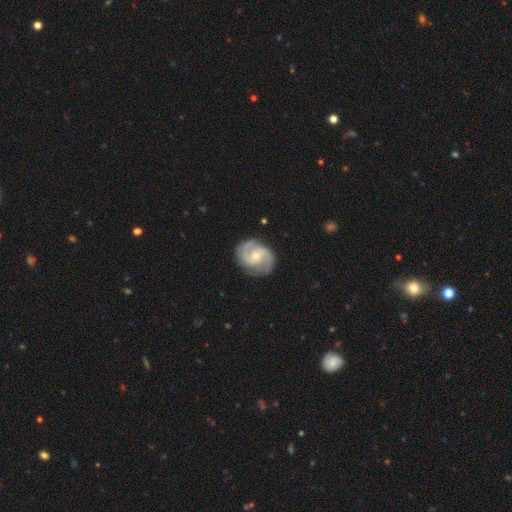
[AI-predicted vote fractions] smooth_or_featured: featured or disk (p=0.90) [alt: smooth p=0.06]
disk_edge_on: no (p=0.98) [alt: yes p=0.02]
bar: no (p=0.57) [alt: weak p=0.37]
has_spiral_arms: yes (p=0.98) [alt: no p=0.02]
spiral_winding: medium (p=0.51) [alt: tight p=0.40]
spiral_arm_count: 2 (p=0.71) [alt: 3 p=0.17]
bulge_size: small (p=0.58) [alt: moderate p=0.38]
merging: none (p=0.80) [alt: minor disturbance p=0.14]